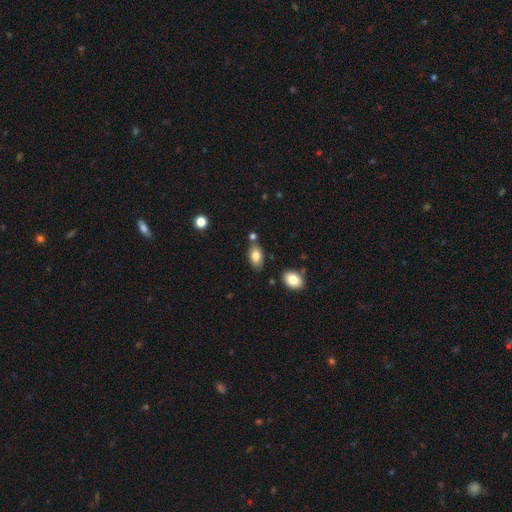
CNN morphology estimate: Smooth or featured: smooth — 82% (featured or disk — 10%)
How rounded: in between — 91% (round — 6%)
Merging: none — 73% (minor disturbance — 14%)